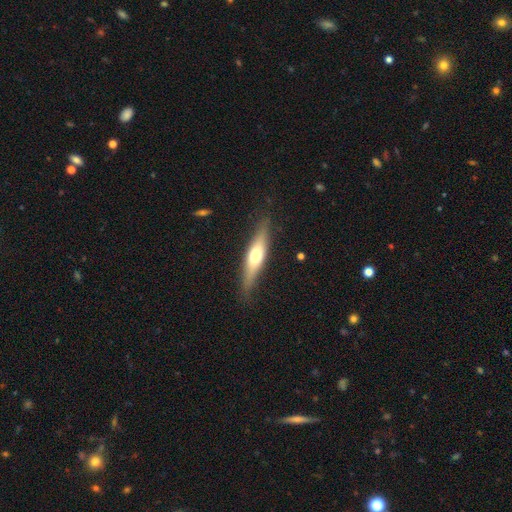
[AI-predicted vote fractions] smooth-or-featured: featured or disk: 49% | smooth: 45% | star or artifact: 6%
  merging: none: 85% | minor disturbance: 11% | major disturbance: 3% | merger: 1%